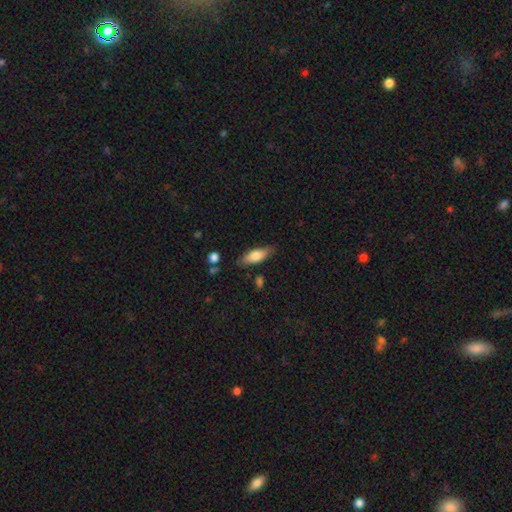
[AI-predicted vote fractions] This appears to be a smooth galaxy with no disk features (75%) that is in between round and cigar-shaped (69%). Merging: none (79%).